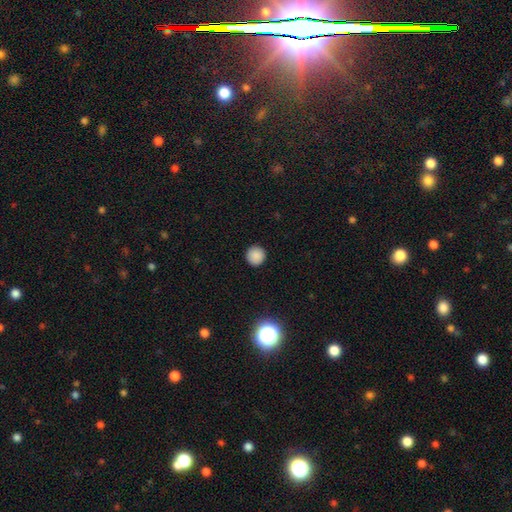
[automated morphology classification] Smooth or featured: smooth — 87% (star or artifact — 11%)
How rounded: round — 95% (in between — 4%)
Merging: none — 92% (minor disturbance — 5%)